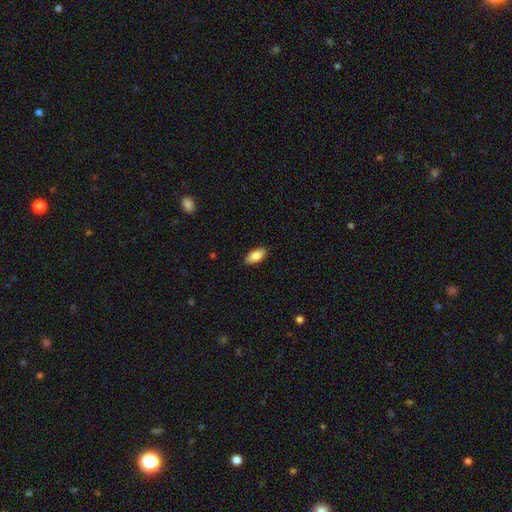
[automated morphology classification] type=smooth (85%); roundness=in between (90%); merging=none (88%).